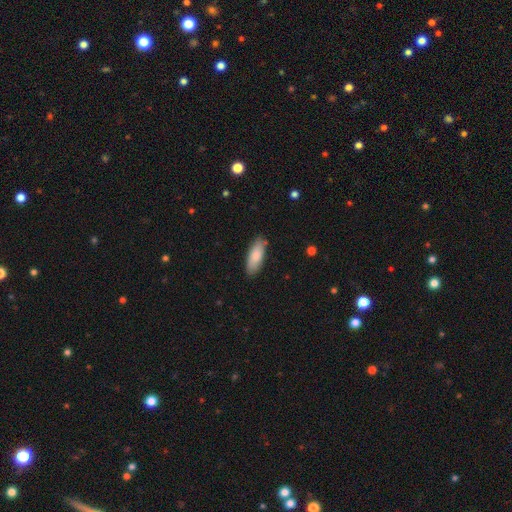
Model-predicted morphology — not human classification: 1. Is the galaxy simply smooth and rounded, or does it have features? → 84% smooth, 11% featured or disk, 5% star or artifact.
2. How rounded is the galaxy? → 70% in between, 29% cigar-shaped, 2% round.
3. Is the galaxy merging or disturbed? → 84% none, 12% minor disturbance, 2% major disturbance, 1% merger.